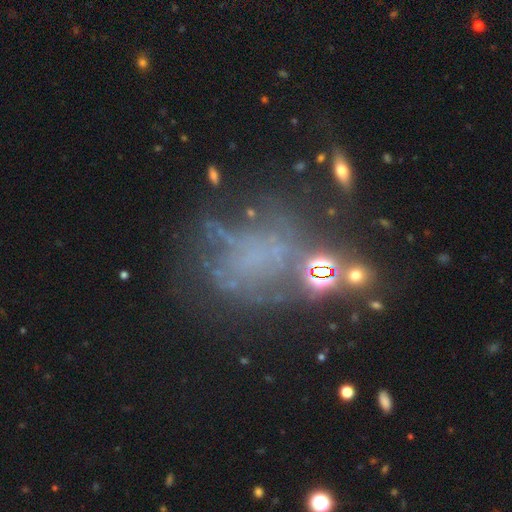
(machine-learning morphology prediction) featured or disk 42%, smooth 29%, star or artifact 29%. Down the decision tree: merging — none (46%).